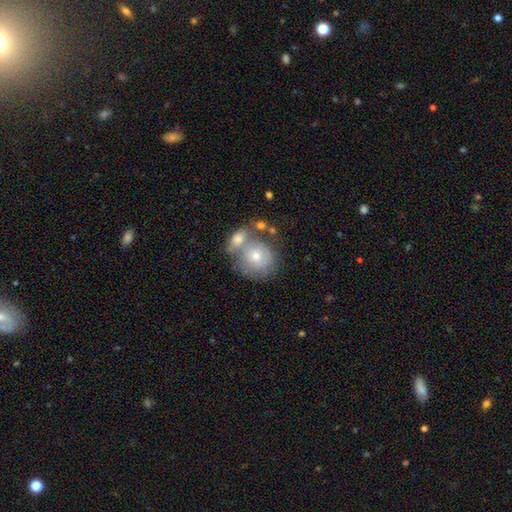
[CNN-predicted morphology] This is possibly a smooth galaxy (50%). Merging: marginally merger (44%).